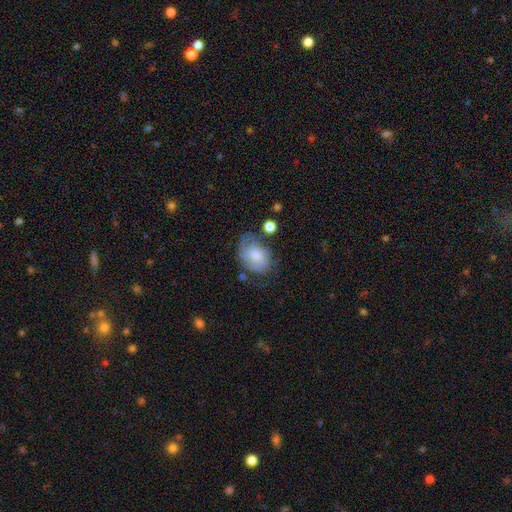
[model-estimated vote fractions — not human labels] smooth-or-featured: smooth: 61% | featured or disk: 31% | star or artifact: 8%
  how-rounded: in between: 80% | round: 19% | cigar-shaped: 1%
  merging: none: 43% | minor disturbance: 32% | major disturbance: 19% | merger: 6%